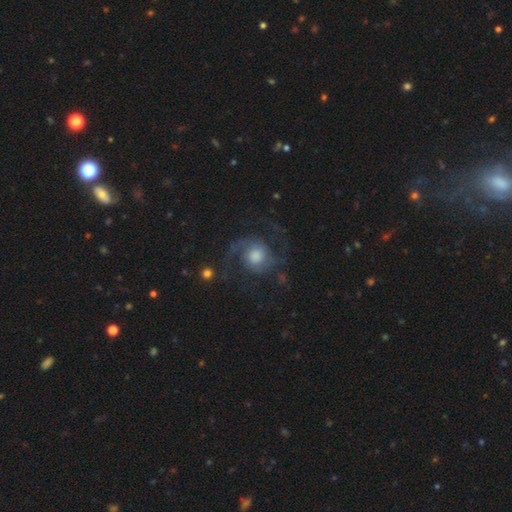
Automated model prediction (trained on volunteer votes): This appears to be a featured or disk galaxy (83%) with no bar (68%), 2 (87%) medium (52%) spiral arms (96%) and a moderate central bulge (43%). Merging: none (71%).